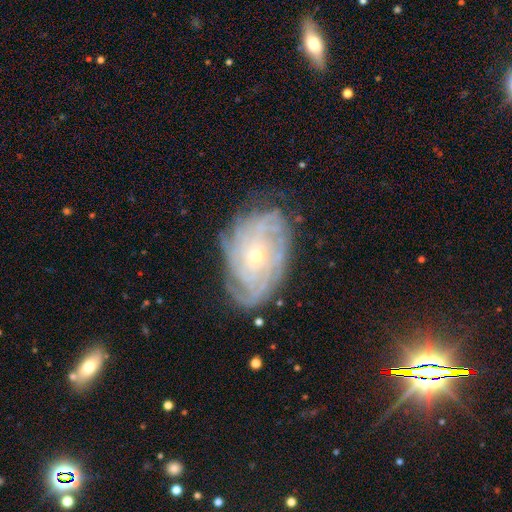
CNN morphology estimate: smooth-or-featured: featured or disk: 83% | smooth: 9% | star or artifact: 7%
  disk-edge-on: no: 95% | yes: 5%
    bar: no: 79% | weak: 16% | strong: 4%
    has-spiral-arms: yes: 94% | no: 6%
      spiral-winding: tight: 75% | medium: 19% | loose: 5%
      spiral-arm-count: can't tell: 38% | more than 4: 19% | 4: 18% | 3: 11% | 2: 9% | 1: 6%
    bulge-size: small: 76% | moderate: 21% | large: 1% | none: 1% | dominant: 1%
  merging: none: 72% | minor disturbance: 19% | major disturbance: 8% | merger: 1%